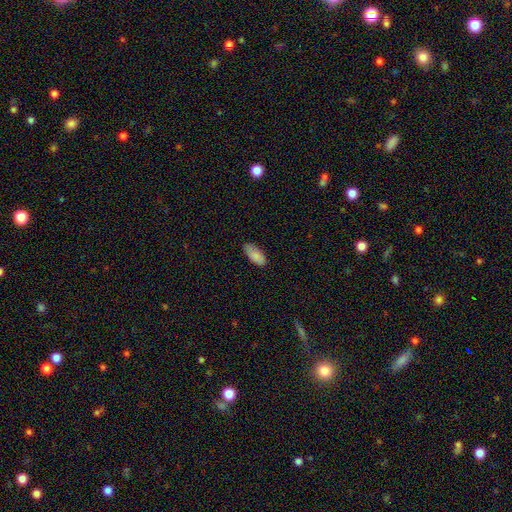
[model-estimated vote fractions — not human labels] This appears to be a smooth galaxy with no disk features (87%) that is in between round and cigar-shaped (88%). Merging: none (75%).